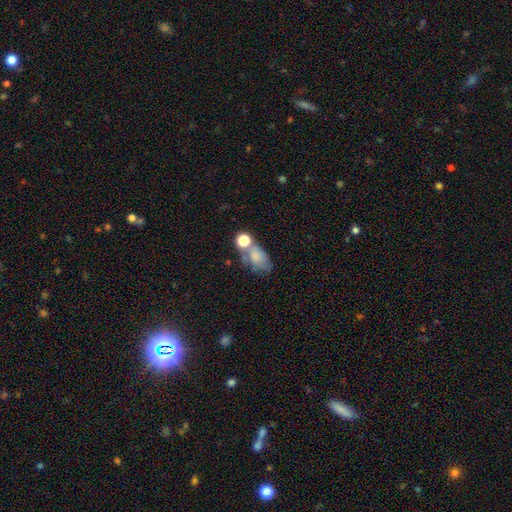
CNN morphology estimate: Overall: smooth (67%). How rounded: in between (78%). Merging: merger (36%; none 32%).